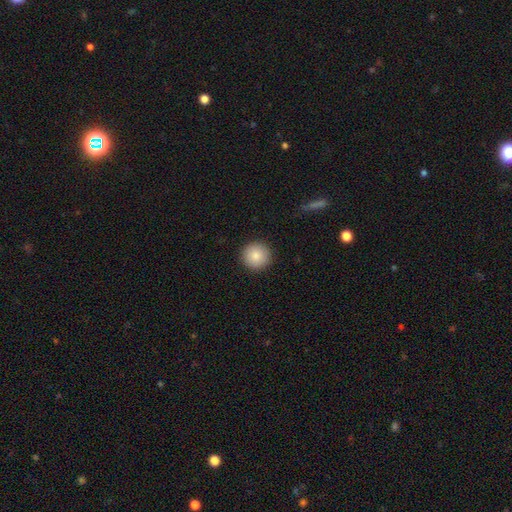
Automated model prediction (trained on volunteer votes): The model was most divided on "smooth or featured": smooth: 85%, star or artifact: 9%, featured or disk: 6%. More confident: how rounded — round (96%); merging — none (92%).